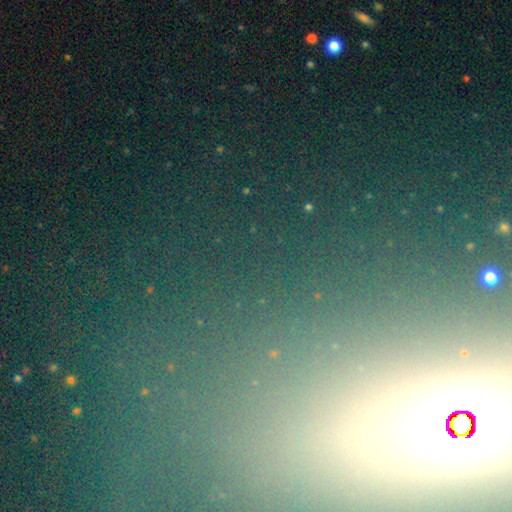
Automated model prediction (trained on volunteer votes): This is likely a star or artifact rather than a galaxy (71%).